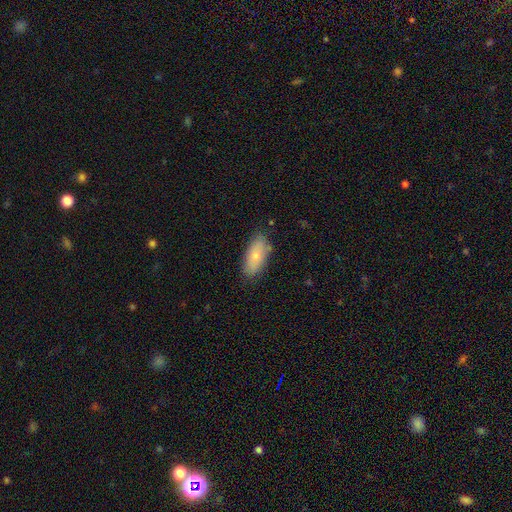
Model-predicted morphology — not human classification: smooth-or-featured: smooth: 76% | featured or disk: 17% | star or artifact: 7%
  how-rounded: in between: 85% | cigar-shaped: 13% | round: 2%
  merging: none: 78% | minor disturbance: 16% | major disturbance: 3% | merger: 2%